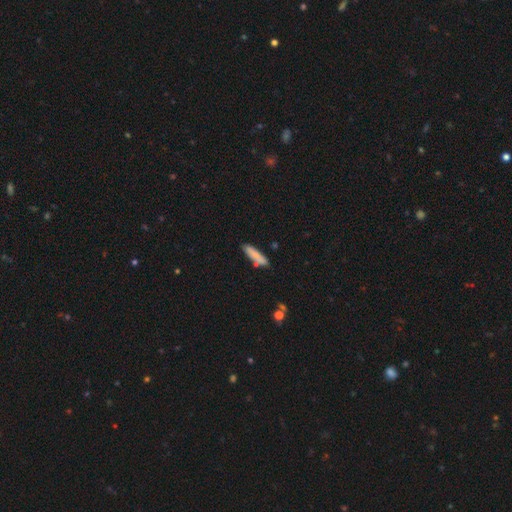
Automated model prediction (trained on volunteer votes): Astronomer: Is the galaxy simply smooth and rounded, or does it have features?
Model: smooth — 81%.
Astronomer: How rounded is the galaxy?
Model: cigar-shaped — 78%.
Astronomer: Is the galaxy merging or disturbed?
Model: none — 76%.